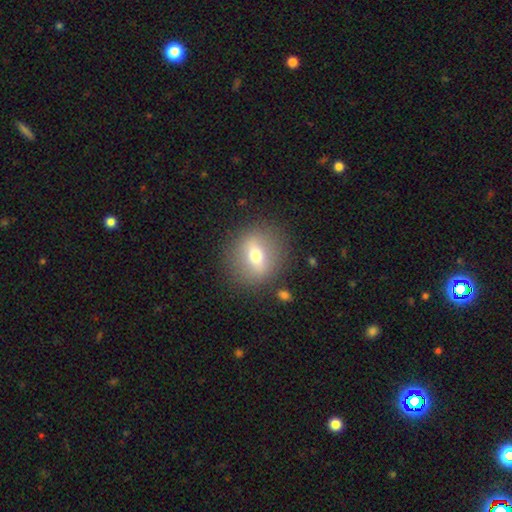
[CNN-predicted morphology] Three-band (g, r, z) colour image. It shows a smooth galaxy with no disk features (48%). Merging: none (87%).